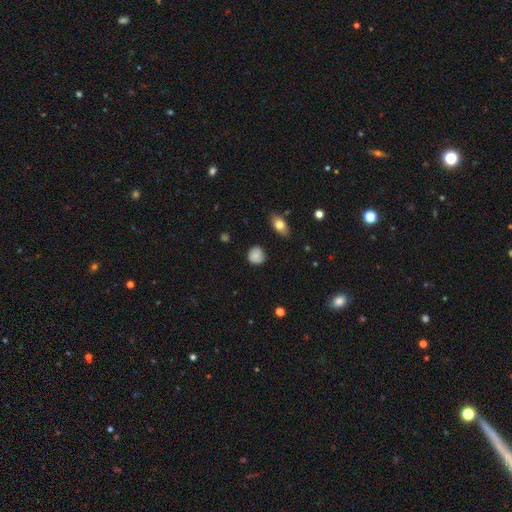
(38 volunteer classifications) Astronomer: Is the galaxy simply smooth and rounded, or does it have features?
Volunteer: smooth — 71%.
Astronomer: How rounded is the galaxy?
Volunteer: round — 78%.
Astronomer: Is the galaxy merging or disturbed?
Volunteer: none — 75%.